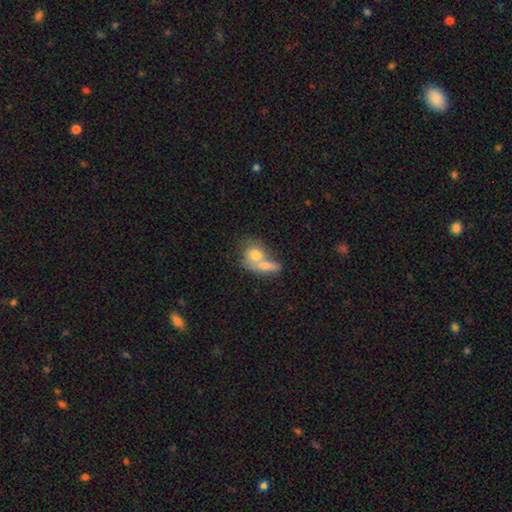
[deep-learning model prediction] Smooth or featured?
  - smooth: 72% *
  - featured or disk: 22%
  - star or artifact: 7%
How rounded?
  - round: 57% *
  - in between: 39%
  - cigar-shaped: 4%
Merging?
  - merger: 63% *
  - none: 24%
  - minor disturbance: 8%
  - major disturbance: 5%